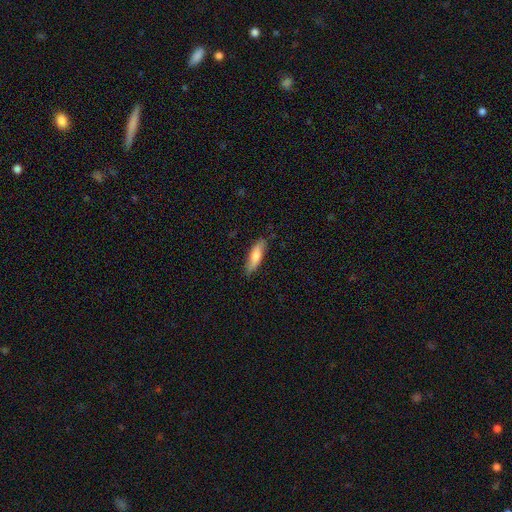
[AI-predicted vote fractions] This appears to be a smooth galaxy with no disk features (73%) that is cigar-shaped (59%). Merging: none (82%).